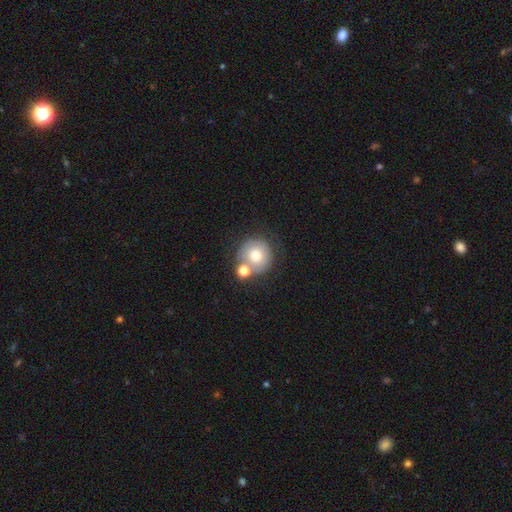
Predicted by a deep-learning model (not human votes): Q: Smooth or featured?
A: smooth (69%); runner-up: featured or disk (21%)
Q: How rounded?
A: round (91%); runner-up: in between (8%)
Q: Merging?
A: none (54%); runner-up: merger (28%)